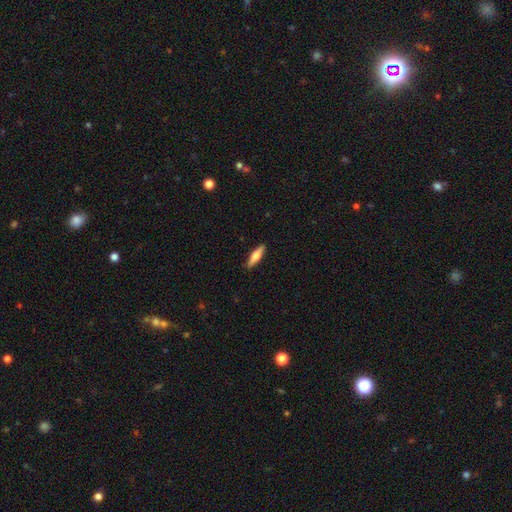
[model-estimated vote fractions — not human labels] Smooth or featured?
  - smooth: 55% *
  - featured or disk: 39%
  - star or artifact: 6%
How rounded?
  - cigar-shaped: 67% *
  - in between: 31%
  - round: 2%
Merging?
  - none: 89% *
  - minor disturbance: 8%
  - major disturbance: 2%
  - merger: 1%